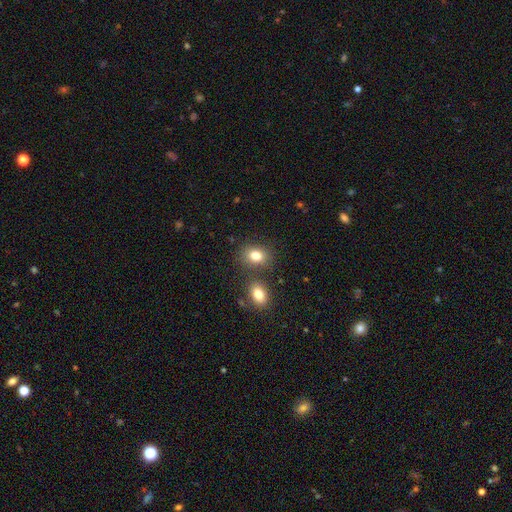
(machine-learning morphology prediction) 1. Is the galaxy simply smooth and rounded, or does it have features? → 81% smooth, 11% star or artifact, 8% featured or disk.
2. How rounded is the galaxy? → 58% in between, 41% round, 1% cigar-shaped.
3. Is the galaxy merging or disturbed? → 69% none, 17% merger, 11% minor disturbance, 4% major disturbance.